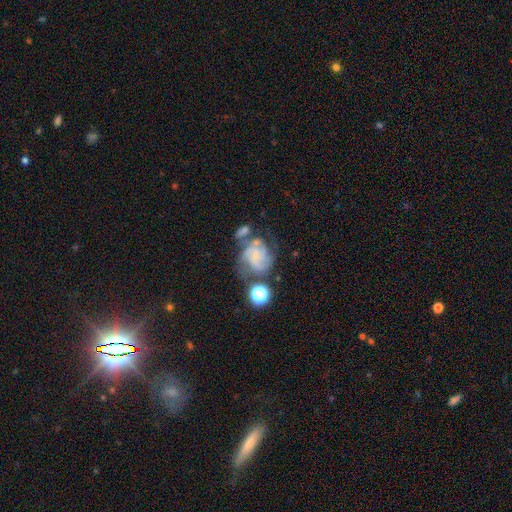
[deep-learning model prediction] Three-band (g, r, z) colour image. It shows a featured or disk galaxy (72%) with no bar (68%), 3 (33%) tight (44%) spiral arms (90%) and a small central bulge (44%). Merging: none (43%).